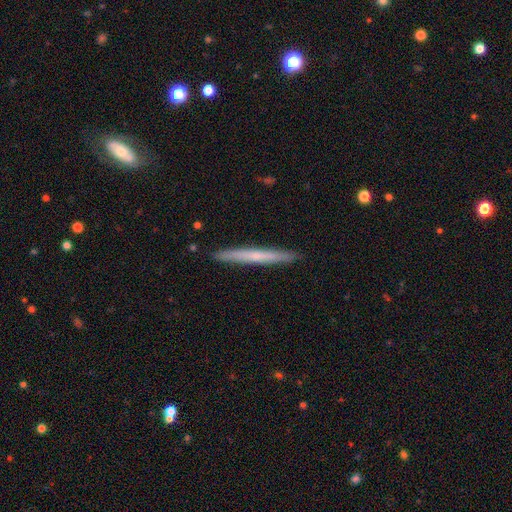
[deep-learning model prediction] Smooth or featured: smooth — 52% (featured or disk — 42%)
How rounded: cigar-shaped — 97% (in between — 2%)
Merging: none — 92% (minor disturbance — 6%)